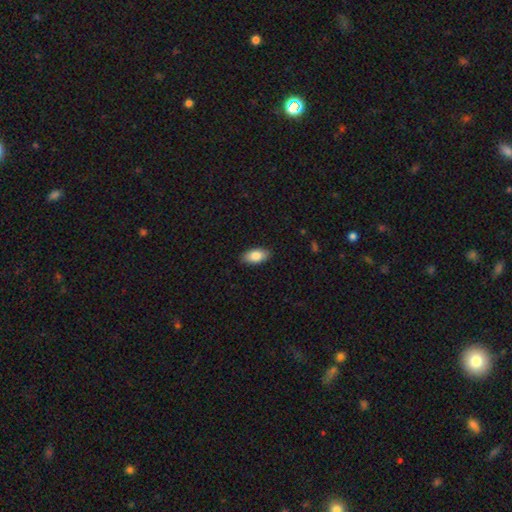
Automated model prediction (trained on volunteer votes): Smooth or featured?
  - smooth: 85% *
  - featured or disk: 8%
  - star or artifact: 6%
How rounded?
  - in between: 92% *
  - cigar-shaped: 5%
  - round: 3%
Merging?
  - none: 88% *
  - minor disturbance: 9%
  - major disturbance: 2%
  - merger: 1%